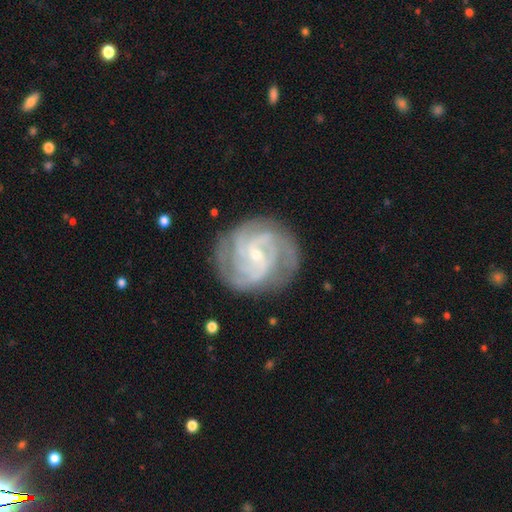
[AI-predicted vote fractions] This is clearly a featured or disk galaxy (89%). It is clearly not viewed edge-on (98%). Bar: marginally no (45%). Spiral arm pattern: clearly yes (98%). Spiral arm count: marginally 3 (36%). Spiral winding: possibly tight (58%). Central bulge: likely small (76%). Merging: likely none (79%).